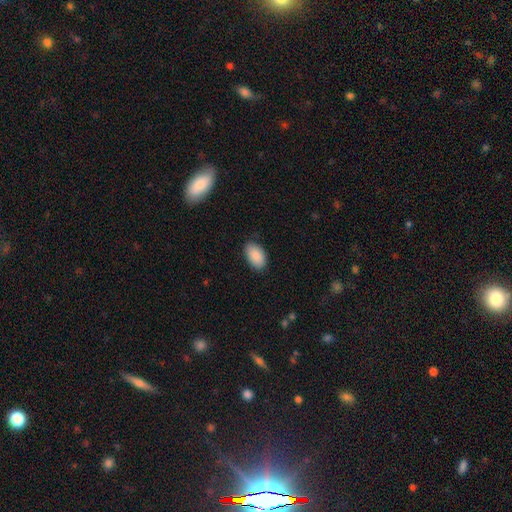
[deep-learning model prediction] Smooth or featured: smooth — 90% (star or artifact — 6%)
How rounded: in between — 94% (round — 4%)
Merging: none — 83% (minor disturbance — 13%)